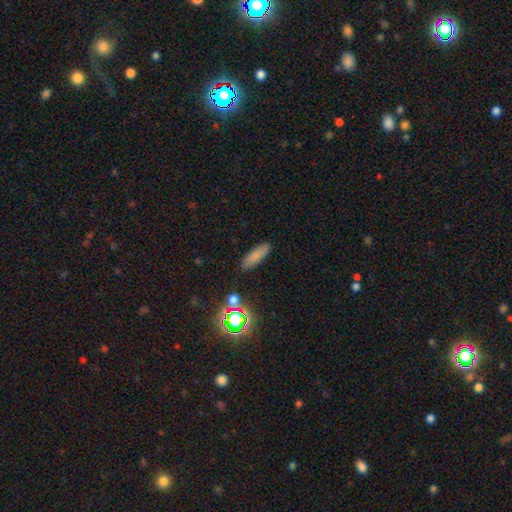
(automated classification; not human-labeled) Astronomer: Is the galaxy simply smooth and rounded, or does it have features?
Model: smooth — 76%.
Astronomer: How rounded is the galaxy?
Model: cigar-shaped — 61%.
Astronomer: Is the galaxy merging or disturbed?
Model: none — 85%.